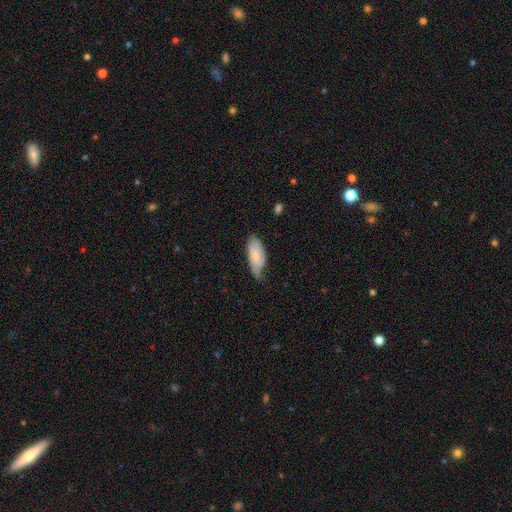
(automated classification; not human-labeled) A smooth galaxy with no disk features (71%) that is in between round and cigar-shaped (82%). Merging: none (50%).